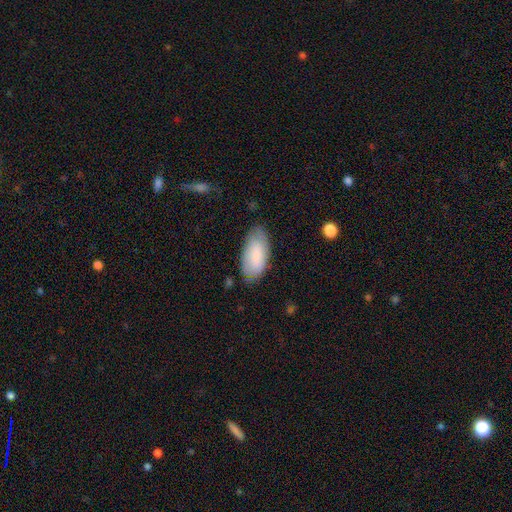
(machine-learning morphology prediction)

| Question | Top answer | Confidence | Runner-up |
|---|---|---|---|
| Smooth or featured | smooth | 81% | featured or disk (13%) |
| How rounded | in between | 92% | cigar-shaped (6%) |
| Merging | none | 75% | minor disturbance (19%) |